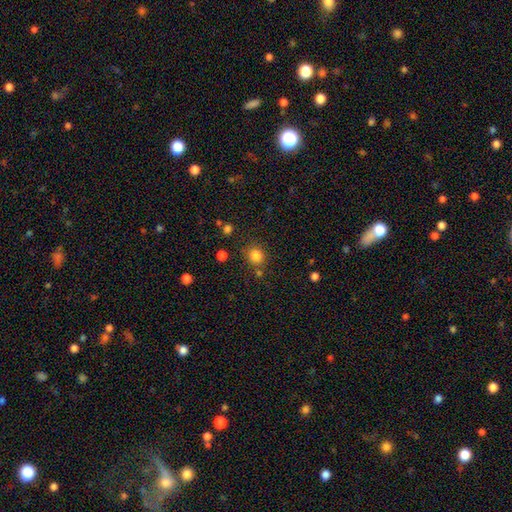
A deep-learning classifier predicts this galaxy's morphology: Smooth or featured? Predicted: smooth (p=0.83). How rounded? Predicted: round (p=0.88). Merging? Predicted: none (p=0.81).